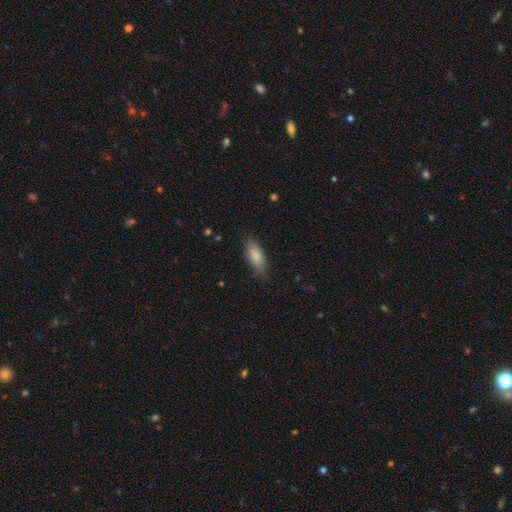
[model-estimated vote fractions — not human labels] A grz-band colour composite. It shows a smooth galaxy with no disk features (85%) that is in between round and cigar-shaped (75%). Merging: none (81%).